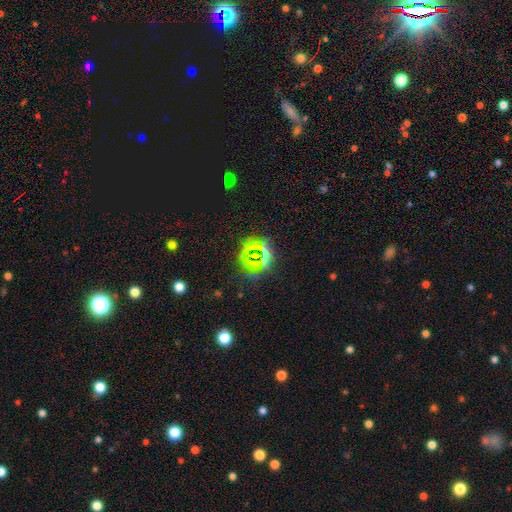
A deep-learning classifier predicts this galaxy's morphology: star or artifact 73%, smooth 18%, featured or disk 9%.